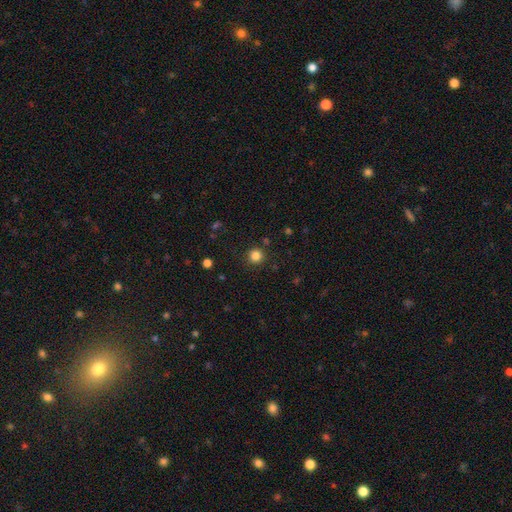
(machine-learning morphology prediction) A smooth galaxy with no disk features (83%) that is round (94%). Merging: none (89%).